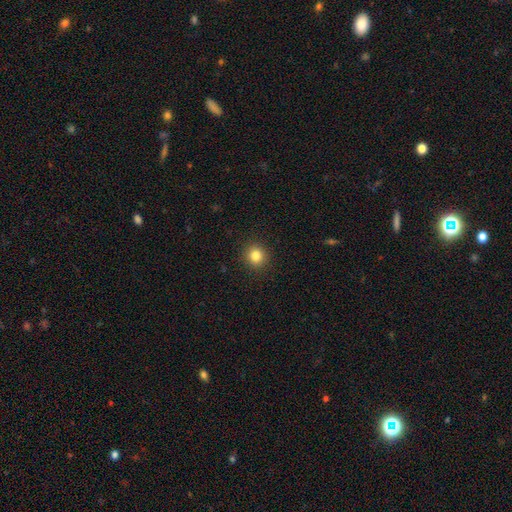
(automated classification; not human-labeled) smooth 84%, star or artifact 11%, featured or disk 5%. Down the decision tree: how rounded — round (90%); merging — none (92%).